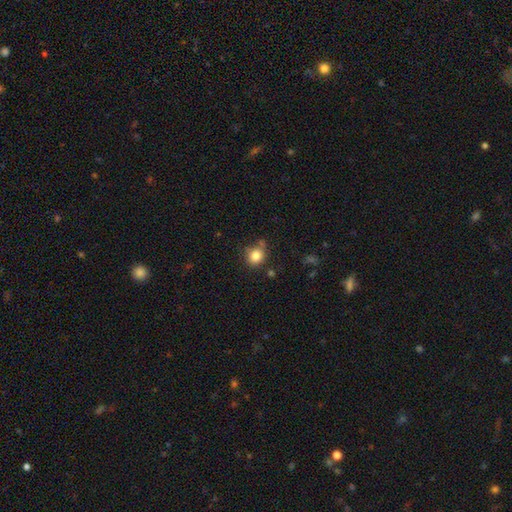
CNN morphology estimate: type=smooth (83%); roundness=round (83%); merging=none (71%).